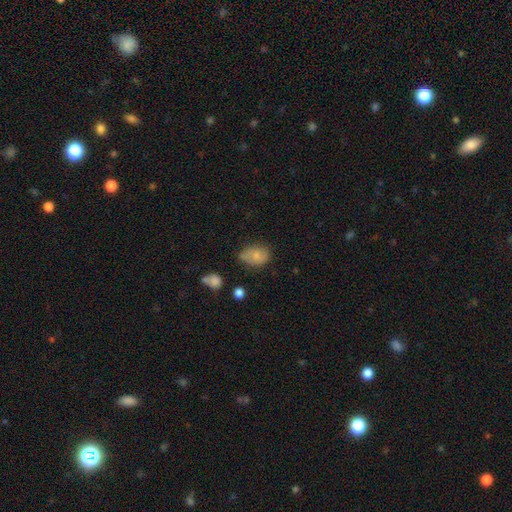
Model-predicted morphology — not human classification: Smooth or featured? Predicted: smooth (p=0.69). How rounded? Predicted: in between (p=0.74). Merging? Predicted: none (p=0.53).